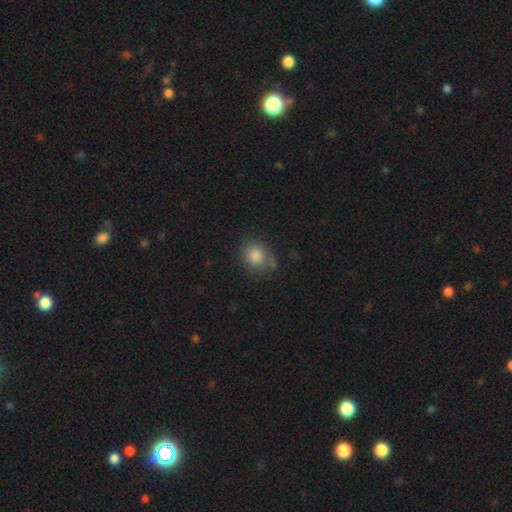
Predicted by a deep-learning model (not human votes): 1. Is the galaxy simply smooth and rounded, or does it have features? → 83% smooth, 10% star or artifact, 7% featured or disk.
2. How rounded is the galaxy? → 75% round, 24% in between, 1% cigar-shaped.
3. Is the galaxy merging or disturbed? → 73% none, 18% minor disturbance, 5% merger, 5% major disturbance.